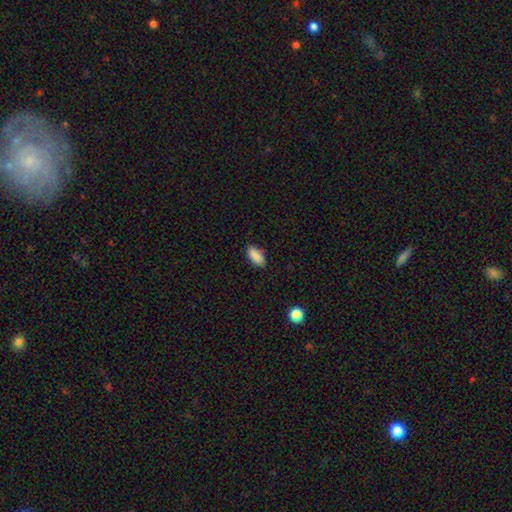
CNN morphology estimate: Smooth or featured? smooth (89%)
How rounded? in between (90%)
Merging? none (86%)